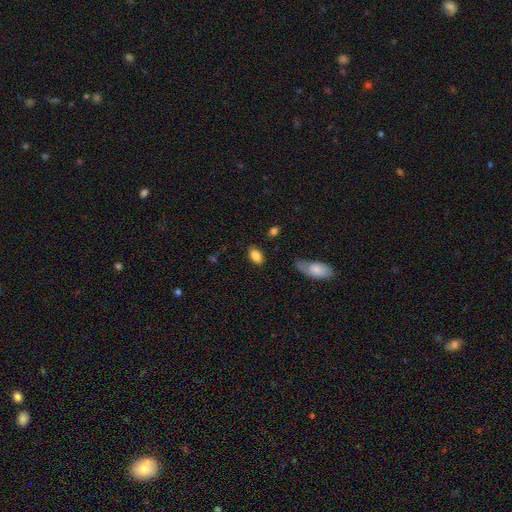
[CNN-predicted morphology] smooth-or-featured: smooth: 85% | star or artifact: 8% | featured or disk: 7%
  how-rounded: in between: 90% | round: 8% | cigar-shaped: 2%
  merging: none: 84% | minor disturbance: 11% | major disturbance: 3% | merger: 2%